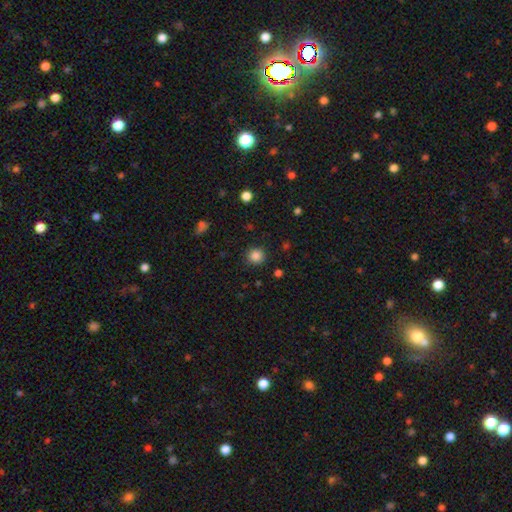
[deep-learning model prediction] smooth_or_featured: smooth (p=0.85) [alt: star or artifact p=0.12]
how_rounded: round (p=0.92) [alt: in between p=0.07]
merging: none (p=0.89) [alt: minor disturbance p=0.07]